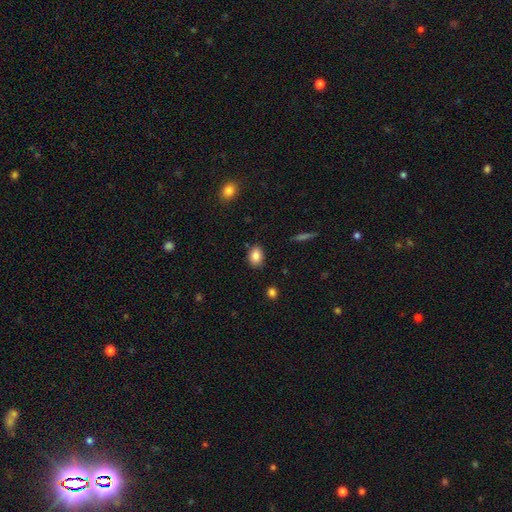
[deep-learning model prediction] smooth 85%, star or artifact 9%, featured or disk 7%. Down the decision tree: how rounded — in between (72%); merging — none (85%).